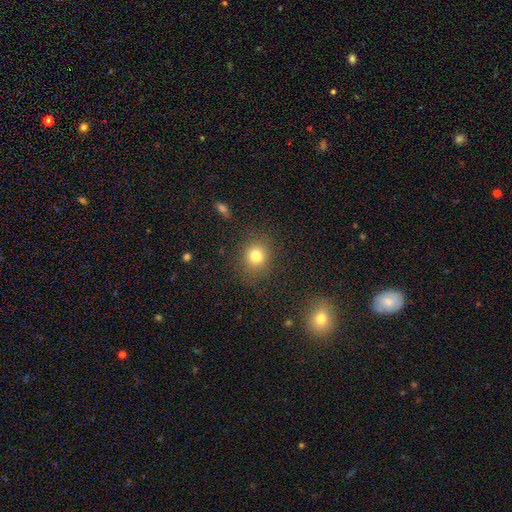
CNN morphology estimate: Smooth or featured? Predicted: smooth (p=0.79). How rounded? Predicted: round (p=0.75). Merging? Predicted: none (p=0.80).